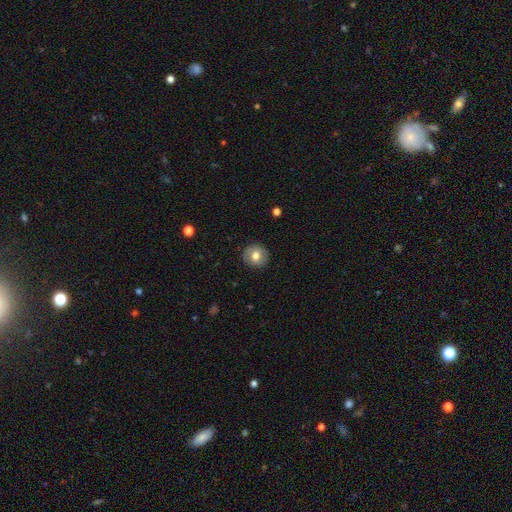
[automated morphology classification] smooth_or_featured: smooth (p=0.73) [alt: featured or disk p=0.18]
how_rounded: round (p=0.91) [alt: in between p=0.08]
merging: none (p=0.90) [alt: minor disturbance p=0.07]